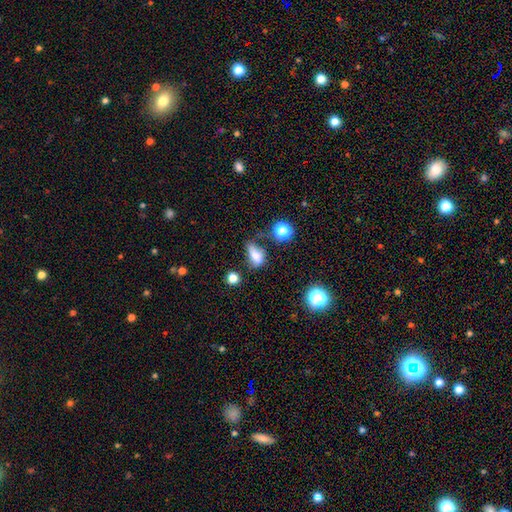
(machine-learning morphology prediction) Smooth or featured? smooth (65%)
How rounded? in between (74%)
Merging? none (33%)